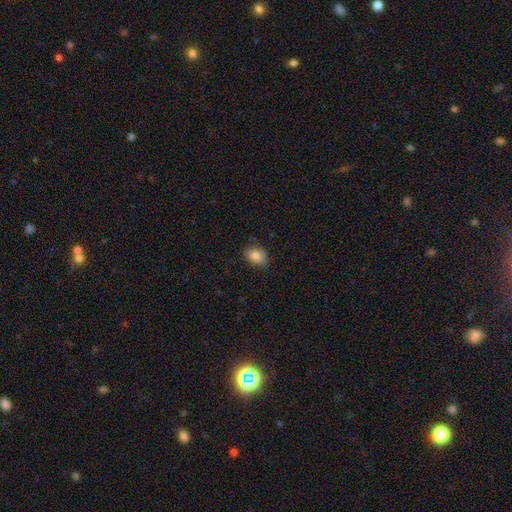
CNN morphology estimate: smooth-or-featured: smooth: 85% | star or artifact: 8% | featured or disk: 7%
  how-rounded: in between: 78% | round: 21% | cigar-shaped: 1%
  merging: none: 75% | minor disturbance: 20% | major disturbance: 4% | merger: 1%